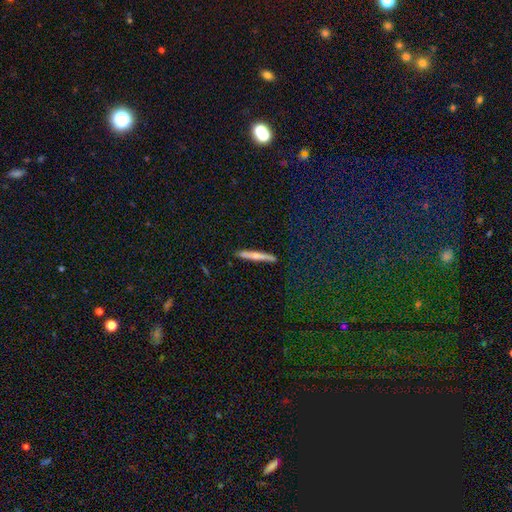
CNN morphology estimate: smooth-or-featured: smooth: 54% | featured or disk: 38% | star or artifact: 8%
  how-rounded: cigar-shaped: 94% | in between: 4% | round: 2%
  merging: none: 87% | minor disturbance: 10% | major disturbance: 2% | merger: 2%